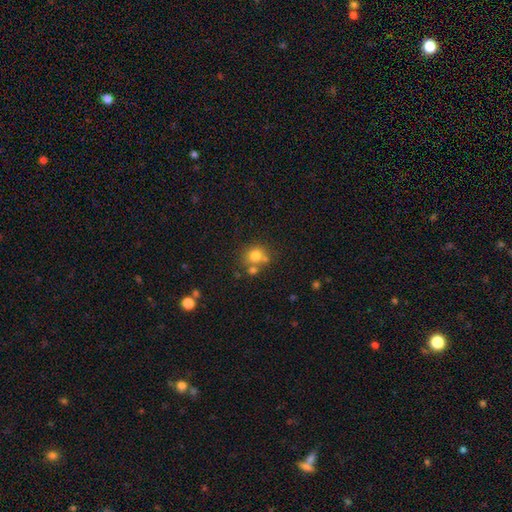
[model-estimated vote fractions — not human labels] Smooth or featured? smooth (75%)
How rounded? round (80%)
Merging? none (55%)